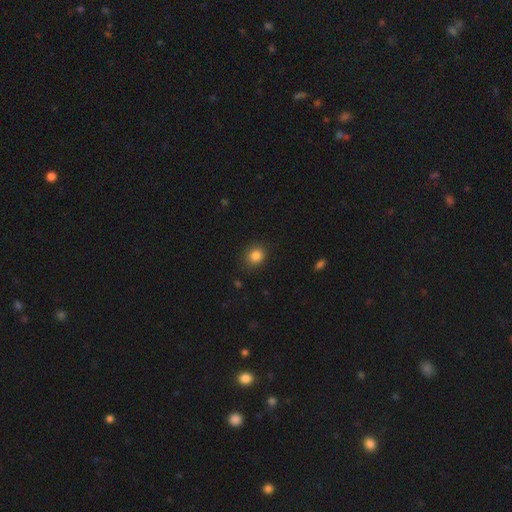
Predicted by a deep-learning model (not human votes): This appears to be a smooth galaxy with no disk features (84%) that is round (74%). Merging: none (86%).